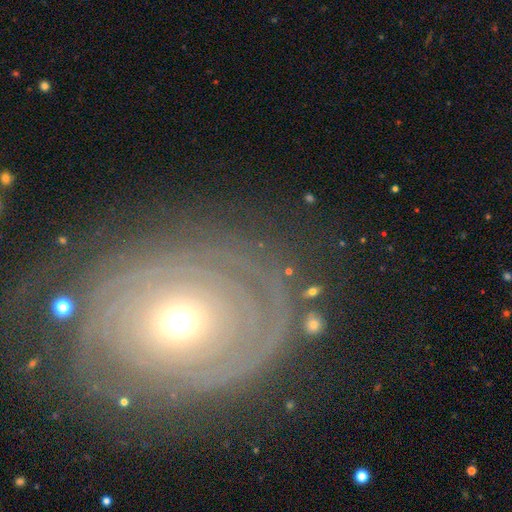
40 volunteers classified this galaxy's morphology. Smooth or featured?
  - featured or disk: 88% *
  - smooth: 10%
  - star or artifact: 2%
Edge-on disk?
  - no: 94% *
  - yes: 6%
Bar?
  - no: 91% *
  - weak: 6%
  - strong: 3%
Spiral arms?
  - yes: 91% *
  - no: 9%
Spiral winding?
  - tight: 87% *
  - medium: 10%
  - loose: 3%
Spiral arm count?
  - can't tell: 40% *
  - 3: 20%
  - 4: 17%
  - more than 4: 17%
  - 1: 3%
  - 2: 3%
Bulge size?
  - moderate: 64% *
  - small: 33%
  - large: 3%
  - dominant: 0%
  - none: 0%
Merging?
  - none: 82% *
  - minor disturbance: 8%
  - major disturbance: 8%
  - merger: 3%